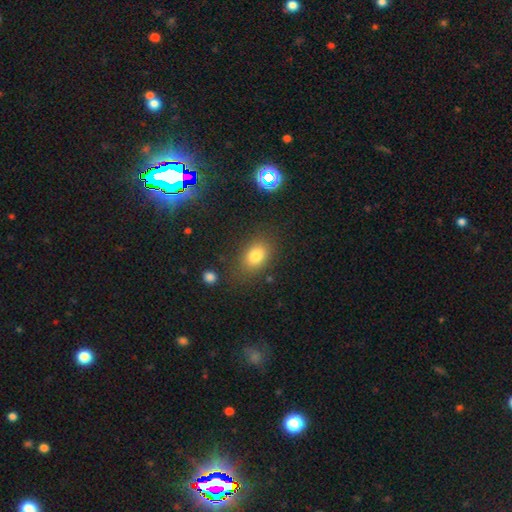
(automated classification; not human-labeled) Morphology: type=smooth (79%); roundness=in between (74%); merging=none (78%).